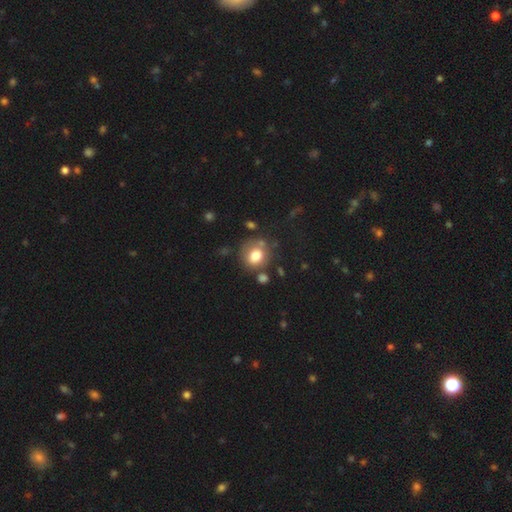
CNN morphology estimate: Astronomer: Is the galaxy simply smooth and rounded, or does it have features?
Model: smooth — 76%.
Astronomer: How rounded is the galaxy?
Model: round — 74%.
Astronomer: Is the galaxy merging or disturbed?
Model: none — 66%.